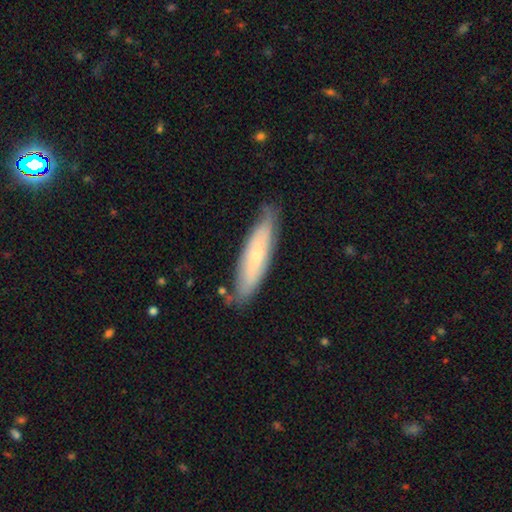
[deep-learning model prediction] Q: Smooth or featured?
A: smooth (52%); runner-up: featured or disk (42%)
Q: How rounded?
A: cigar-shaped (74%); runner-up: in between (25%)
Q: Merging?
A: none (76%); runner-up: minor disturbance (18%)